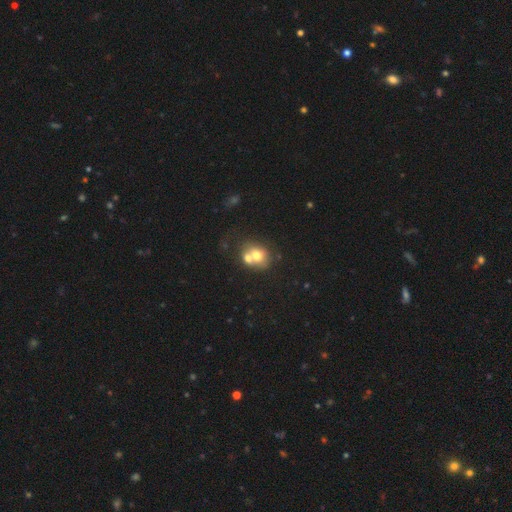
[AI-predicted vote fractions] Morphology: type=smooth (64%); roundness=round (61%); merging=merger (54%).